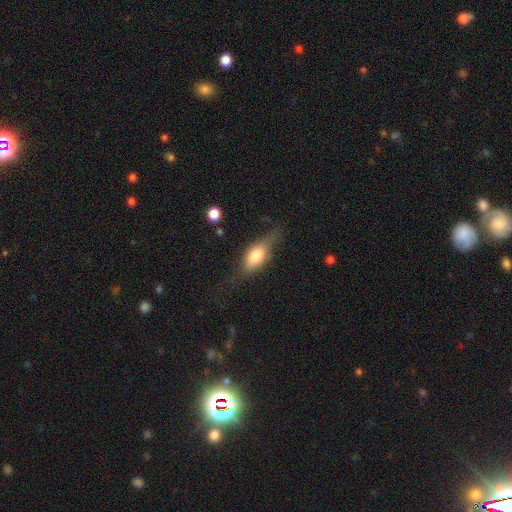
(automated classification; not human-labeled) A smooth galaxy with no disk features (65%) that is in between round and cigar-shaped (76%). Merging: none (52%).